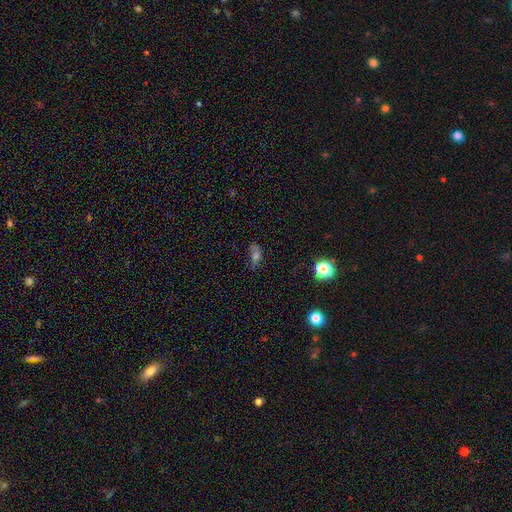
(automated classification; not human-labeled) smooth_or_featured: smooth (p=0.50) [alt: star or artifact p=0.29]
how_rounded: in between (p=0.68) [alt: round p=0.19]
merging: none (p=0.58) [alt: minor disturbance p=0.21]